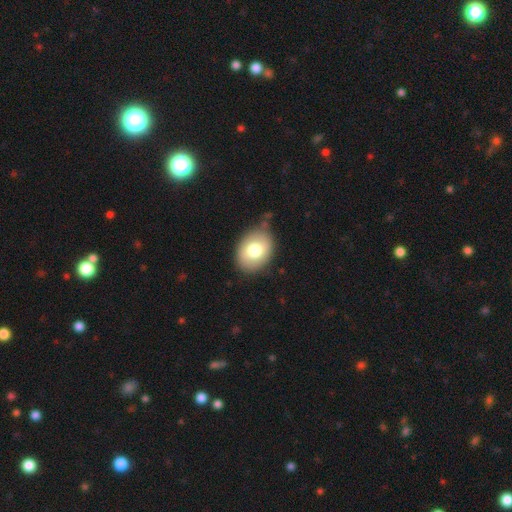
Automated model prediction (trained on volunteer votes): A smooth galaxy with no disk features (60%) that is in between round and cigar-shaped (55%). Merging: none (73%).